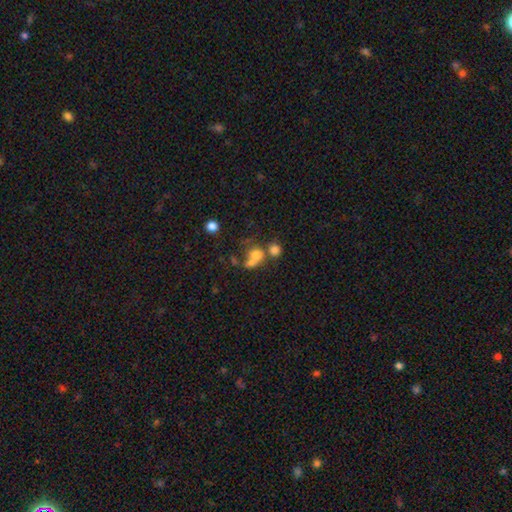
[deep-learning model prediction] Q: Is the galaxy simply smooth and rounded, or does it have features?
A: smooth — 67%.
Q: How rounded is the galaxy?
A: round — 67%.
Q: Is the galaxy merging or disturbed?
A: merger — 55%.